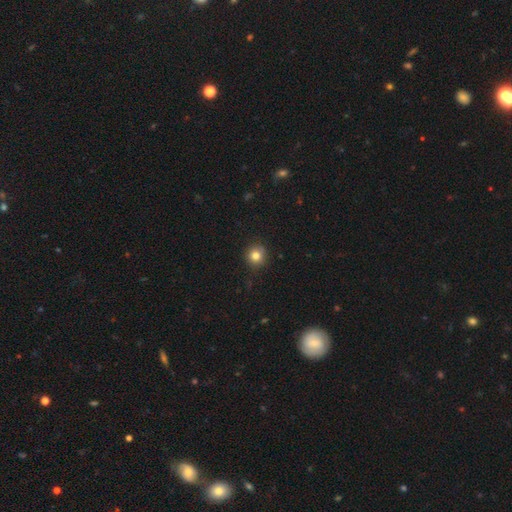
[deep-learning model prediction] Smooth or featured? smooth (82%)
How rounded? round (93%)
Merging? none (89%)